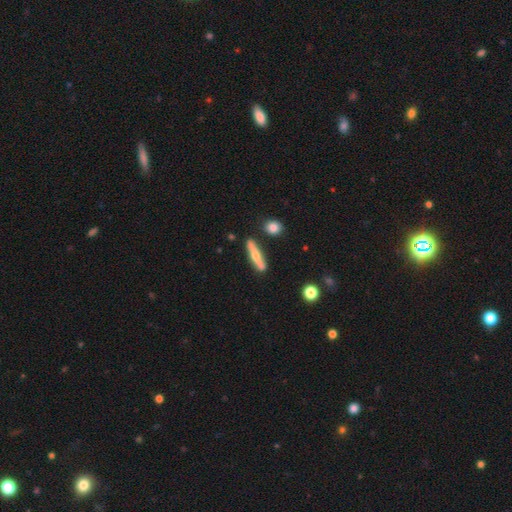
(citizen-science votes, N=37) smooth_or_featured: featured or disk (p=0.57) [alt: smooth p=0.38]
disk_edge_on: yes (p=1.00)
edge_on_bulge: rounded (p=0.52) [alt: boxy p=0.33]
merging: none (p=0.94) [alt: minor disturbance p=0.06]